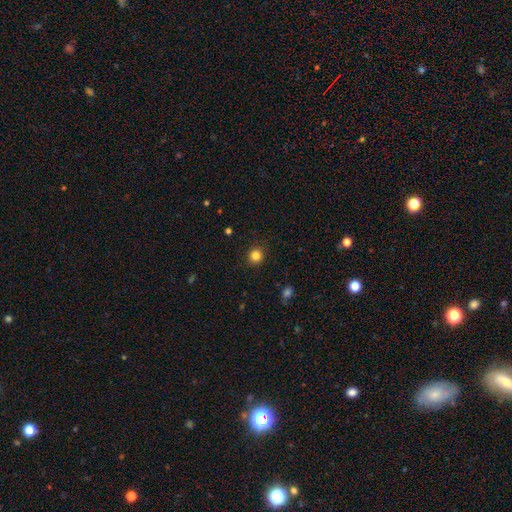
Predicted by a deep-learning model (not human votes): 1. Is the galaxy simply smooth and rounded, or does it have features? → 83% smooth, 12% star or artifact, 5% featured or disk.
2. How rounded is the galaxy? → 90% round, 9% in between, 1% cigar-shaped.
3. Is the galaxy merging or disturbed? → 90% none, 7% minor disturbance, 2% major disturbance, 1% merger.